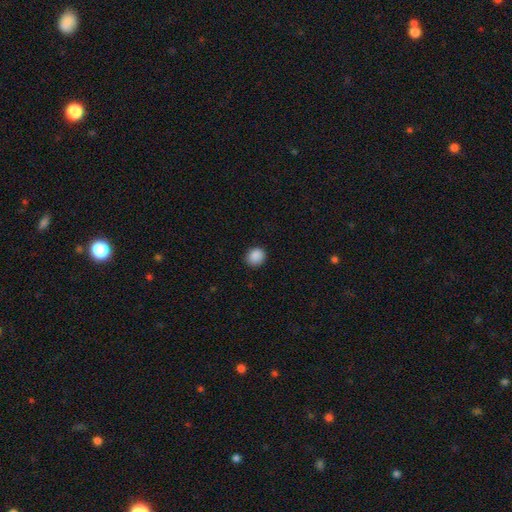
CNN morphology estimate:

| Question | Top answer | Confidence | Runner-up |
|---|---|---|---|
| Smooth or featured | smooth | 88% | star or artifact (9%) |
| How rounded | round | 78% | in between (22%) |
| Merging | none | 89% | minor disturbance (8%) |